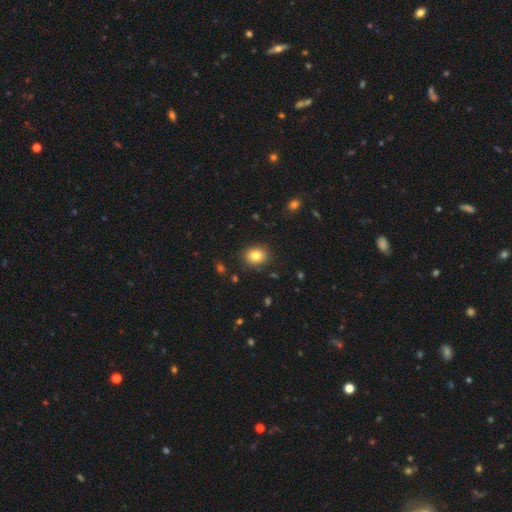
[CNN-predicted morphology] Smooth or featured?
  - smooth: 82% *
  - star or artifact: 10%
  - featured or disk: 8%
How rounded?
  - round: 64% *
  - in between: 35%
  - cigar-shaped: 1%
Merging?
  - none: 88% *
  - minor disturbance: 8%
  - major disturbance: 2%
  - merger: 1%